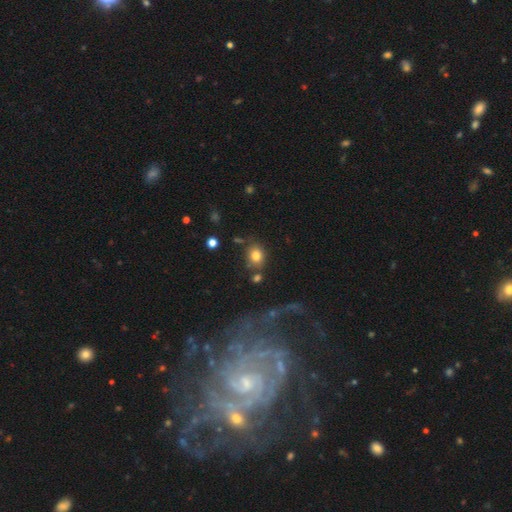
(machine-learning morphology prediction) The model was most divided on "how rounded": round: 55%, in between: 44%, cigar-shaped: 1%. More confident: smooth or featured — smooth (80%); merging — none (71%).